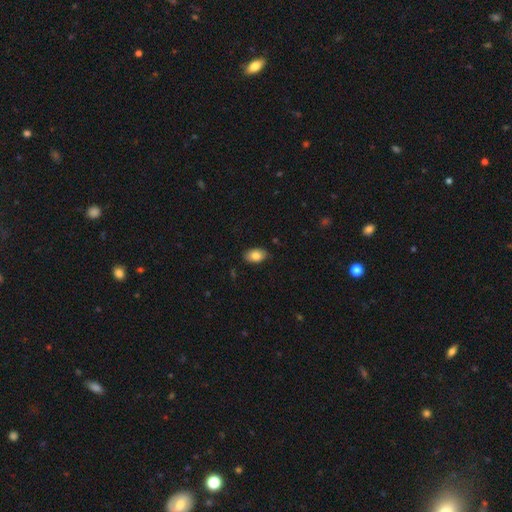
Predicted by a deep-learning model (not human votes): smooth-or-featured: smooth: 83% | featured or disk: 10% | star or artifact: 7%
  how-rounded: in between: 91% | round: 8% | cigar-shaped: 1%
  merging: none: 84% | minor disturbance: 12% | major disturbance: 2% | merger: 1%